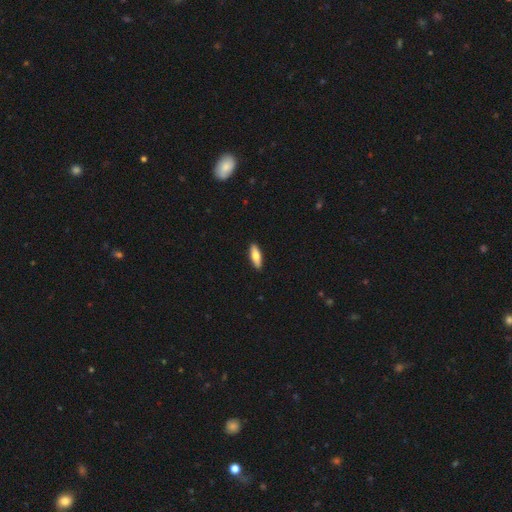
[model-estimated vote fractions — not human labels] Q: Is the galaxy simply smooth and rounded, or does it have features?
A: smooth — 72%.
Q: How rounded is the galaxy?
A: in between — 56%.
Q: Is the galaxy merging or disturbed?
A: none — 91%.